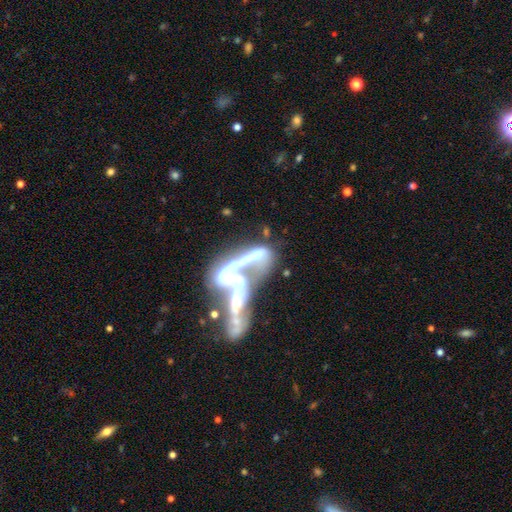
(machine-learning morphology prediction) featured or disk 60%, smooth 26%, star or artifact 14%. Down the decision tree: edge-on disk — no (85%); bar — no (69%); spiral arms — no (75%); bulge size — none (43%); merging — merger (71%).